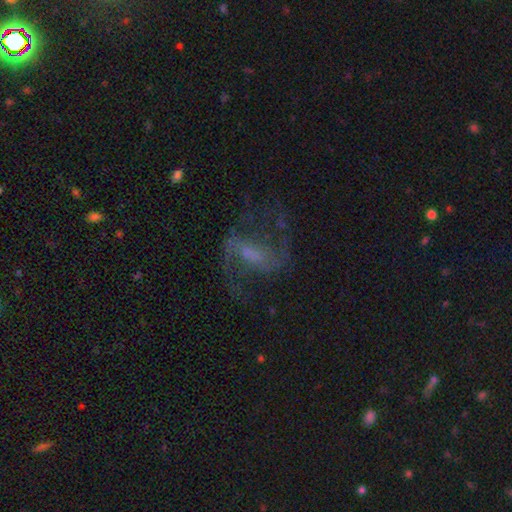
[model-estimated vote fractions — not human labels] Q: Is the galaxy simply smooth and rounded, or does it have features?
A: featured or disk — 81%.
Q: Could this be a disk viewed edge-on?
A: no — 97%.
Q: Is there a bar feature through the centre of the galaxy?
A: weak — 48%.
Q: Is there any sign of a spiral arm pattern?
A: yes — 93%.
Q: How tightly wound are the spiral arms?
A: loose — 48%.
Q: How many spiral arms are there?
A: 2 — 88%.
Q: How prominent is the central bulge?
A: small — 41%.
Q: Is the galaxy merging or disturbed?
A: none — 66%.